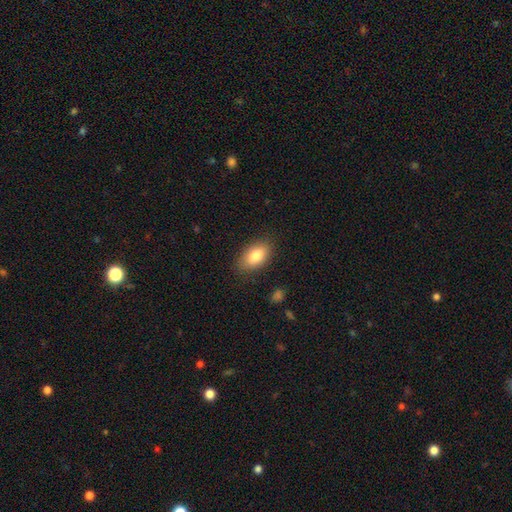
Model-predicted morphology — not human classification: This appears to be a smooth galaxy with no disk features (83%) that is in between round and cigar-shaped (92%). Merging: none (84%).